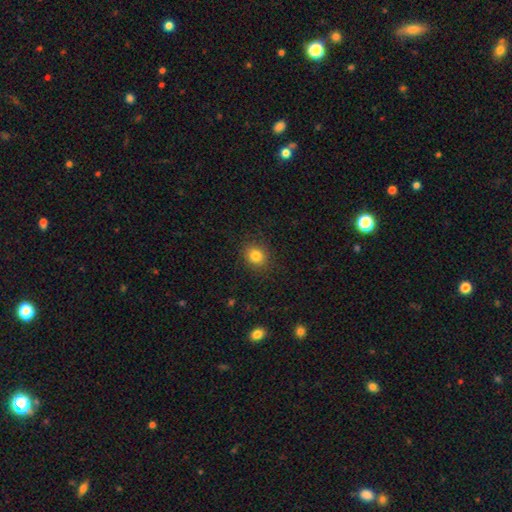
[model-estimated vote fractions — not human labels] This appears to be a smooth galaxy with no disk features (82%) that is round (75%). Merging: none (88%).